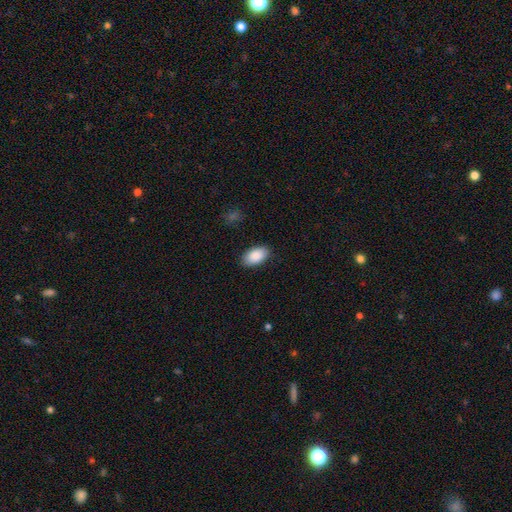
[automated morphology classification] A smooth galaxy with no disk features (90%) that is in between round and cigar-shaped (94%).

Vote fractions:
- Smooth or featured? smooth: 90% / star or artifact: 6% / featured or disk: 4%
- How rounded? in between: 94% / round: 4% / cigar-shaped: 2%
- Merging? none: 86% / minor disturbance: 10% / major disturbance: 2% / merger: 1%